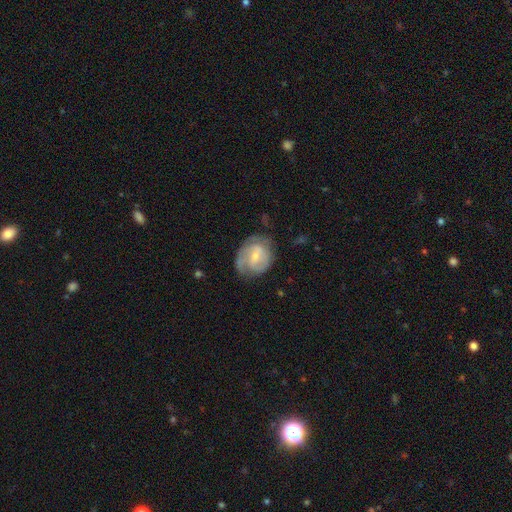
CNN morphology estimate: featured or disk 65%, smooth 30%, star or artifact 6%. Down the decision tree: edge-on disk — no (97%); bar — weak (51%); spiral arms — yes (82%); spiral arm count — 2 (54%); spiral winding — tight (45%); bulge size — small (63%); merging — none (59%).